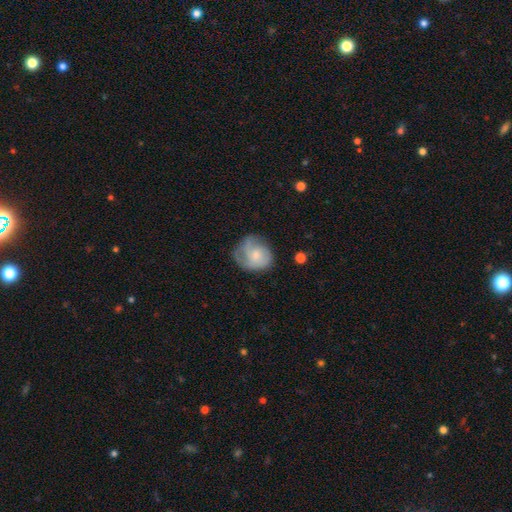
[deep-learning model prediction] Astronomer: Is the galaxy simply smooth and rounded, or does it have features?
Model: featured or disk — 53% (runner-up: smooth, 40%).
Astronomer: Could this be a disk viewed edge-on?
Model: no — 98%.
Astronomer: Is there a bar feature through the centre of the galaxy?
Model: no — 75%.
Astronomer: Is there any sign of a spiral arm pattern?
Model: yes — 80%.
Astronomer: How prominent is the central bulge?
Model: small — 56% (runner-up: moderate, 32%).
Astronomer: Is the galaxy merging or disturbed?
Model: none — 51% (runner-up: minor disturbance, 27%).